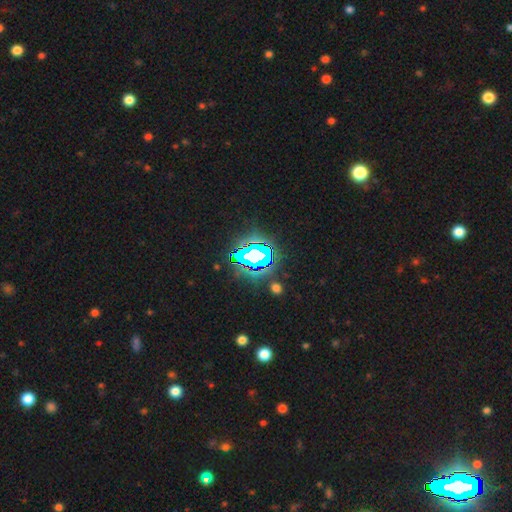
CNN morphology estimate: Q: Smooth or featured?
A: star or artifact (82%); runner-up: smooth (11%)